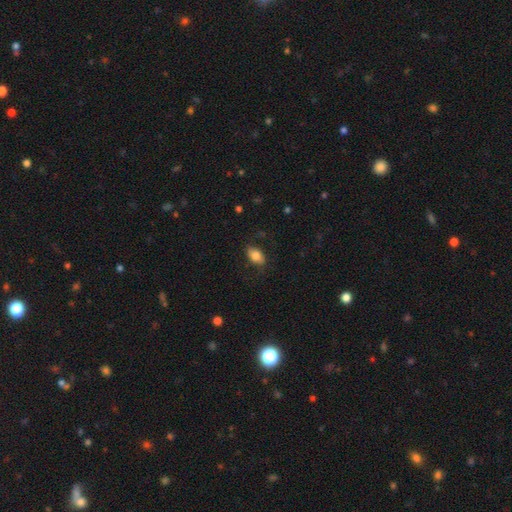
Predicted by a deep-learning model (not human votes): The model was most divided on "merging": none: 79%, minor disturbance: 15%, major disturbance: 5%, merger: 1%. More confident: how rounded — in between (89%); smooth or featured — smooth (80%).